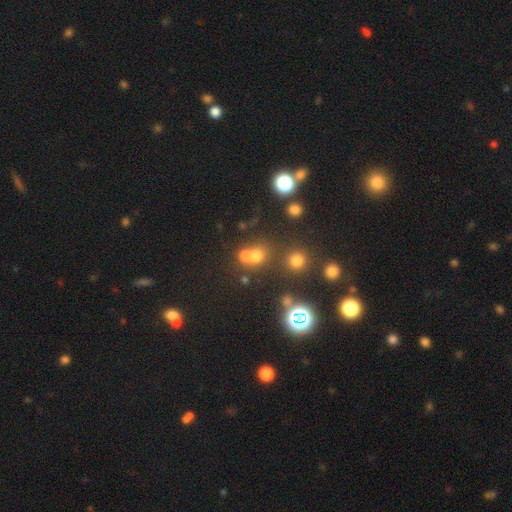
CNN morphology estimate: smooth 64%, star or artifact 26%, featured or disk 11%. Down the decision tree: how rounded — round (80%); merging — none (46%).